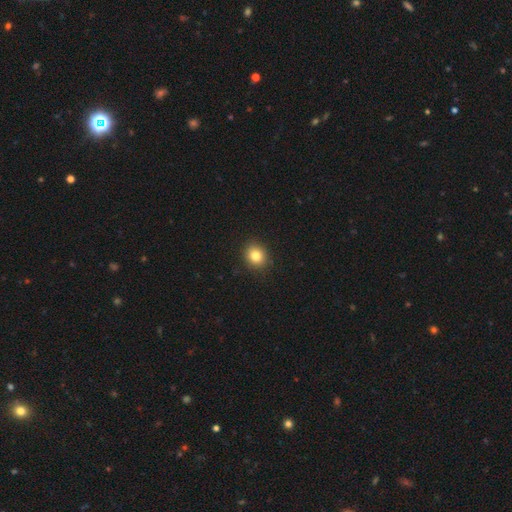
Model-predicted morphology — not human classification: smooth_or_featured: smooth (p=0.83) [alt: star or artifact p=0.11]
how_rounded: round (p=0.72) [alt: in between p=0.27]
merging: none (p=0.90) [alt: minor disturbance p=0.07]